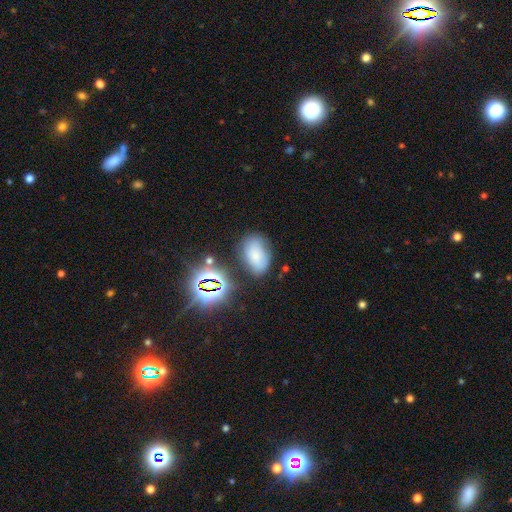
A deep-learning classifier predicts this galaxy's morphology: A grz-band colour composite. It shows a smooth galaxy with no disk features (67%) that is in between round and cigar-shaped (88%). Merging: none (64%).